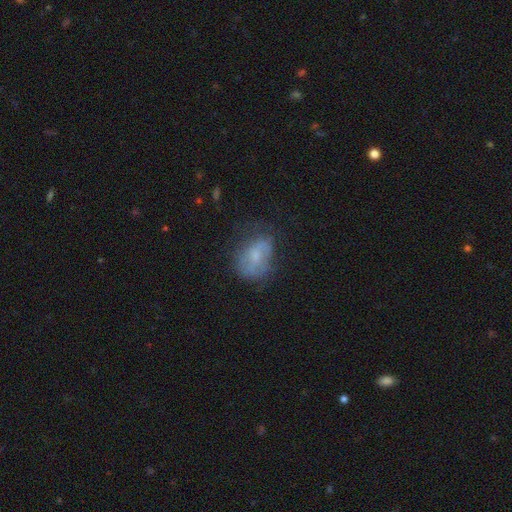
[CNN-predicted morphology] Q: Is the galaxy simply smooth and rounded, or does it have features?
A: smooth — 54%.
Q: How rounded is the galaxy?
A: in between — 69%.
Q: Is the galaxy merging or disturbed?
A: none — 49%.